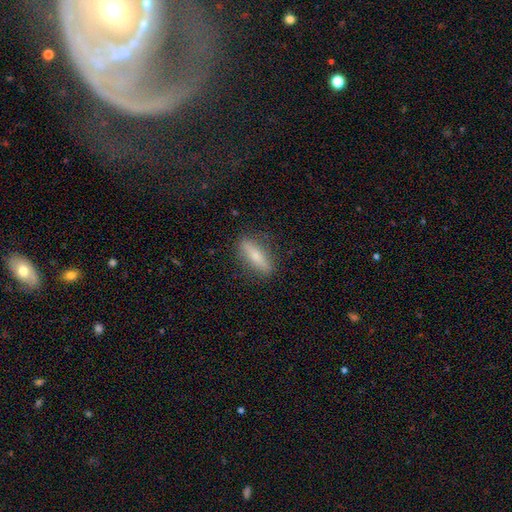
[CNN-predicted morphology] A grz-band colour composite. It shows a smooth galaxy with no disk features (64%) that is cigar-shaped (63%). Merging: none (86%).